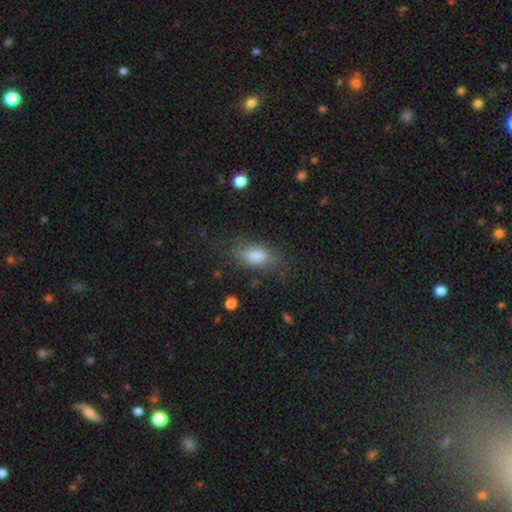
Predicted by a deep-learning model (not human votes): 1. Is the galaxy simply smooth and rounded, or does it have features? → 80% smooth, 11% featured or disk, 9% star or artifact.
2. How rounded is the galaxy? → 85% in between, 10% cigar-shaped, 5% round.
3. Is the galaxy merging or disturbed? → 73% none, 17% minor disturbance, 8% major disturbance, 2% merger.